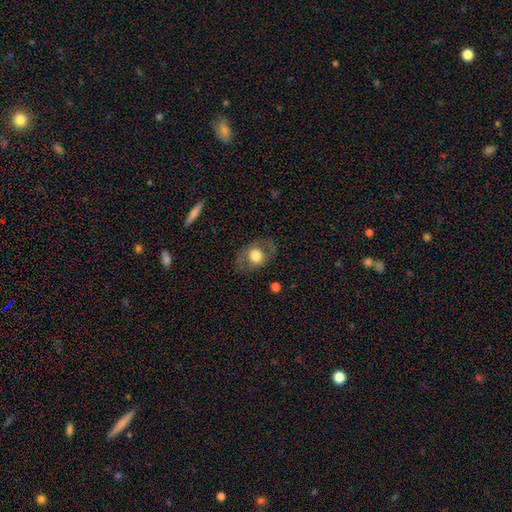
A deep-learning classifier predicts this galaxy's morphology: Smooth or featured? Predicted: smooth (p=0.58). How rounded? Predicted: in between (p=0.57). Merging? Predicted: none (p=0.78).